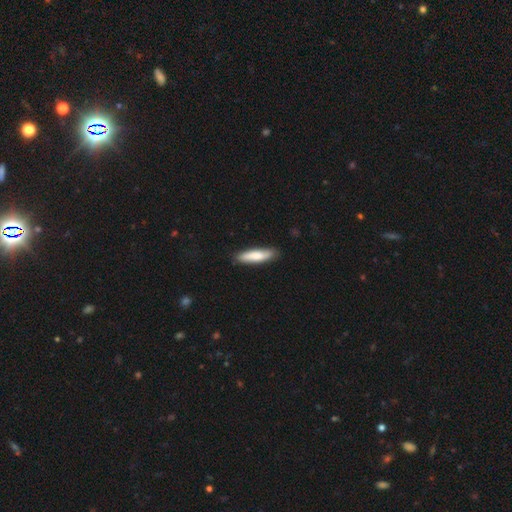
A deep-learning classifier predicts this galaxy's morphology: Smooth or featured: smooth — 76% (featured or disk — 19%)
How rounded: cigar-shaped — 74% (in between — 25%)
Merging: none — 85% (minor disturbance — 12%)